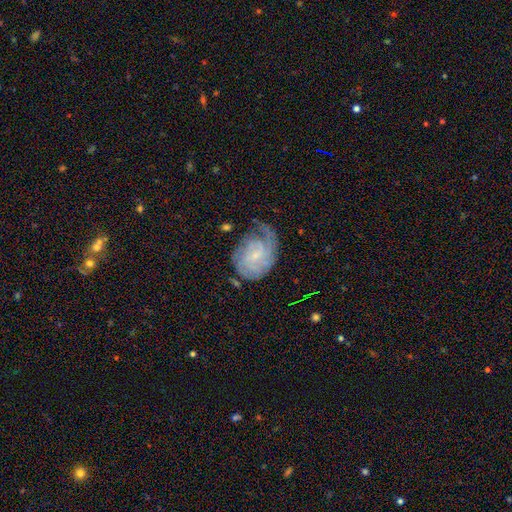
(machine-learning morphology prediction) Smooth or featured?
  - featured or disk: 73% *
  - smooth: 19%
  - star or artifact: 7%
Edge-on disk?
  - no: 97% *
  - yes: 3%
Bar?
  - no: 51% *
  - weak: 43%
  - strong: 6%
Spiral arms?
  - yes: 92% *
  - no: 8%
Spiral winding?
  - tight: 60% *
  - medium: 28%
  - loose: 12%
Spiral arm count?
  - can't tell: 42% *
  - 2: 20%
  - 1: 15%
  - 3: 12%
  - 4: 6%
  - more than 4: 5%
Bulge size?
  - small: 67% *
  - moderate: 16%
  - none: 15%
  - large: 2%
  - dominant: 1%
Merging?
  - none: 50% *
  - minor disturbance: 28%
  - major disturbance: 20%
  - merger: 2%